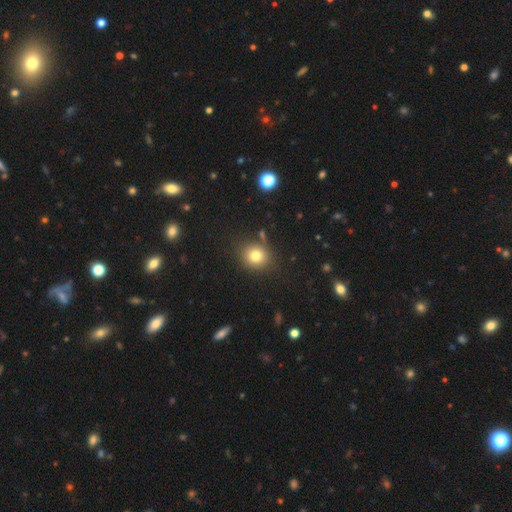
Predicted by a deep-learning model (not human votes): smooth_or_featured: smooth (p=0.79) [alt: star or artifact p=0.13]
how_rounded: round (p=0.79) [alt: in between p=0.20]
merging: none (p=0.82) [alt: minor disturbance p=0.10]